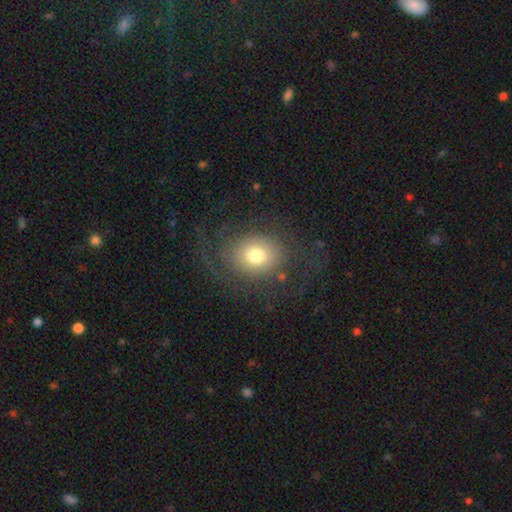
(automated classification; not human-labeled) A smooth galaxy with no disk features (50%) that is round (51%).

Vote fractions:
- Smooth or featured? smooth: 50% / featured or disk: 38% / star or artifact: 11%
- How rounded? round: 51% / in between: 48% / cigar-shaped: 1%
- Merging? none: 65% / major disturbance: 19% / minor disturbance: 14% / merger: 2%